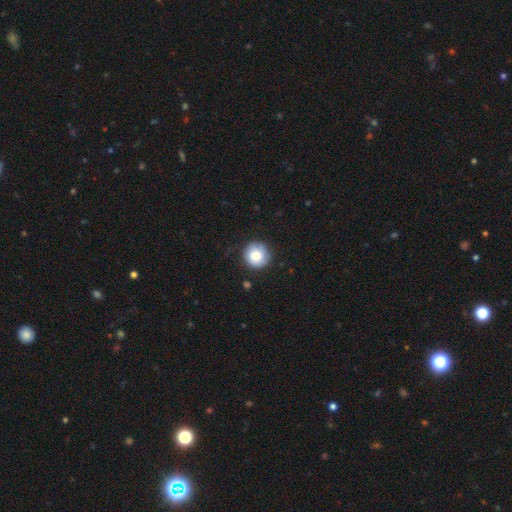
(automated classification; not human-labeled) smooth_or_featured: smooth (p=0.76) [alt: featured or disk p=0.16]
how_rounded: round (p=0.93) [alt: in between p=0.06]
merging: none (p=0.79) [alt: minor disturbance p=0.16]